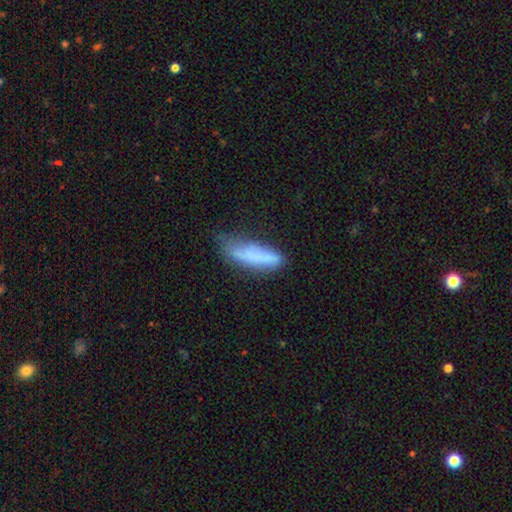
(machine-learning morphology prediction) type=smooth (74%); roundness=cigar-shaped (66%); merging=none (46%).